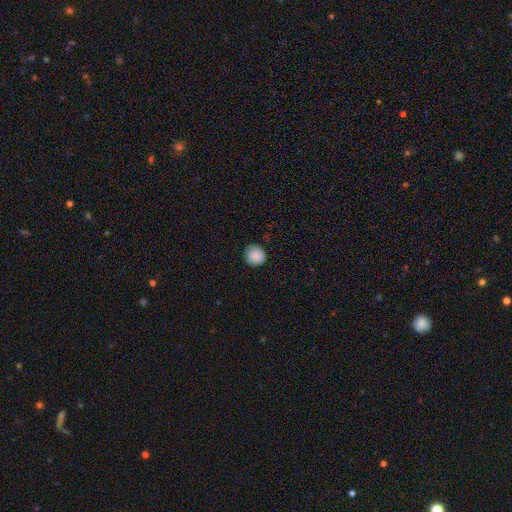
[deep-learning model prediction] smooth_or_featured: smooth (p=0.87) [alt: star or artifact p=0.08]
how_rounded: round (p=0.91) [alt: in between p=0.08]
merging: none (p=0.82) [alt: minor disturbance p=0.14]